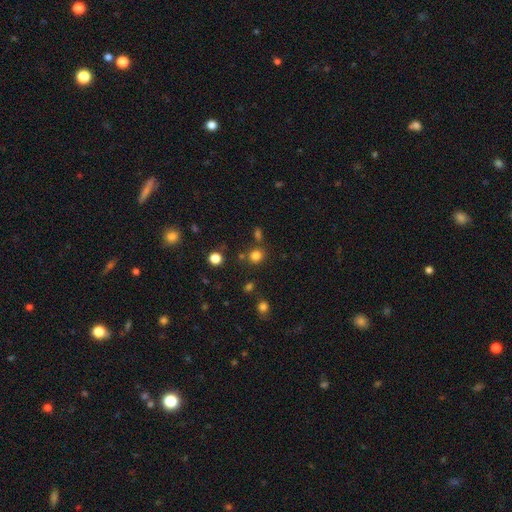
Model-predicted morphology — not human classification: The model was most divided on "how rounded": round: 80%, in between: 19%, cigar-shaped: 1%. More confident: smooth or featured — smooth (79%); merging — none (78%).